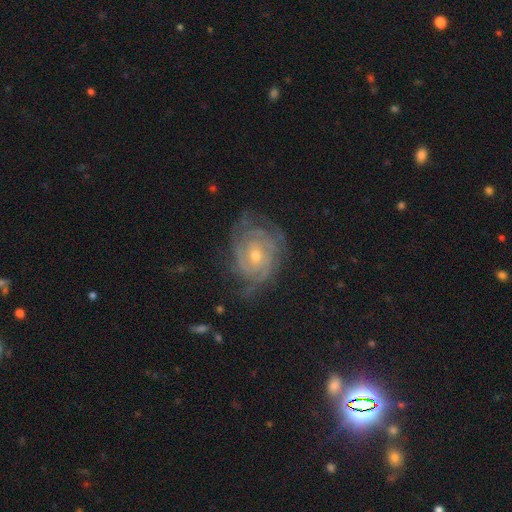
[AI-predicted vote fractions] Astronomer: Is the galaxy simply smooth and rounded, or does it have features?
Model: featured or disk — 86%.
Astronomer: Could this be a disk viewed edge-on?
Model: no — 97%.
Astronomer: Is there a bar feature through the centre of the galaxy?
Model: no — 70%.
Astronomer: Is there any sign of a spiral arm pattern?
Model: yes — 96%.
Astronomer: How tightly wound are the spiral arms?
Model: tight — 74%.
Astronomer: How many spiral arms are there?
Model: can't tell — 33% (runner-up: 3, 21%).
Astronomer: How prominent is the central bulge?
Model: small — 50% (runner-up: moderate, 47%).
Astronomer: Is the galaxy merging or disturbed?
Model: none — 67%.